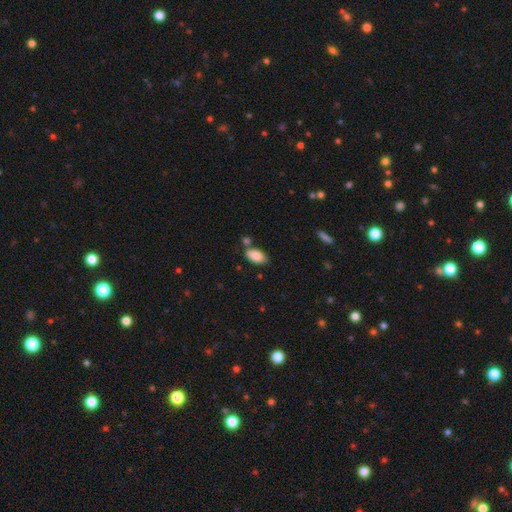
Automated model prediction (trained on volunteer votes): smooth 88%, star or artifact 7%, featured or disk 6%. Down the decision tree: how rounded — in between (94%); merging — none (67%).